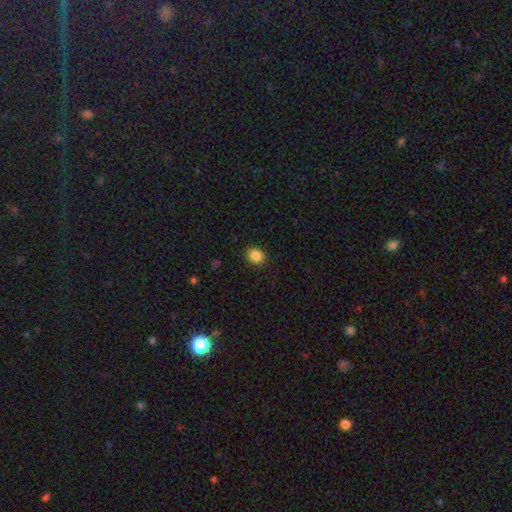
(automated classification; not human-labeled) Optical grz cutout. It shows a smooth galaxy with no disk features (86%) that is round (71%). Merging: none (90%).